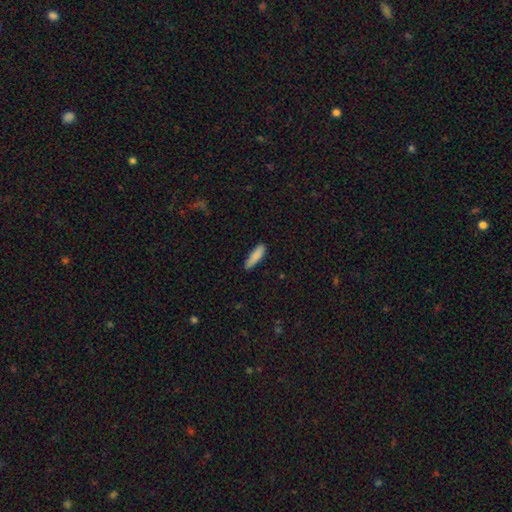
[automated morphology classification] This is clearly a smooth galaxy (87%). How rounded: likely cigar-shaped (68%). Merging: likely none (78%).